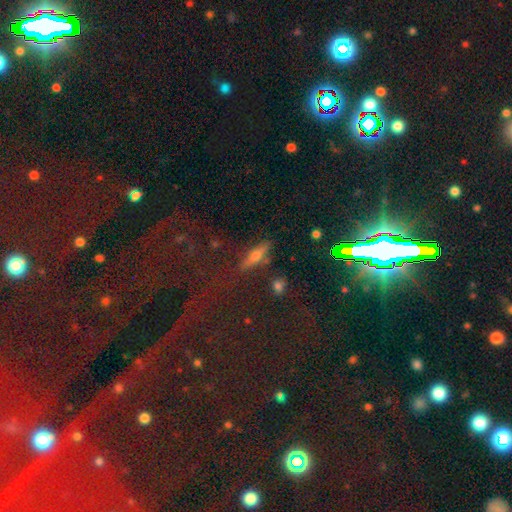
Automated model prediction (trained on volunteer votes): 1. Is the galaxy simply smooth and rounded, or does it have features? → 46% featured or disk, 36% smooth, 19% star or artifact.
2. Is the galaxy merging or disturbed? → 82% none, 11% minor disturbance, 4% merger, 3% major disturbance.